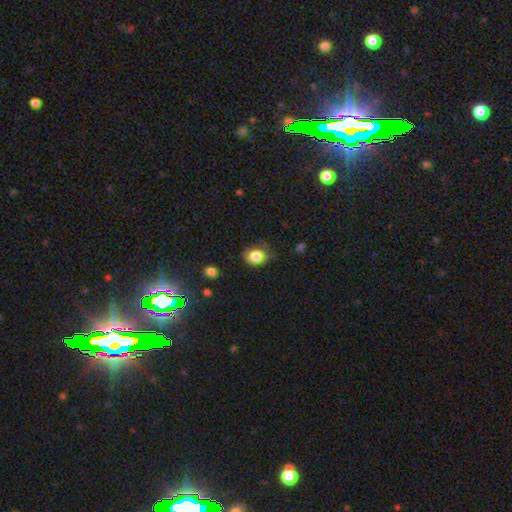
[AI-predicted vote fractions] Smooth or featured: smooth — 81% (star or artifact — 10%)
How rounded: in between — 50% (round — 49%)
Merging: none — 60% (minor disturbance — 31%)